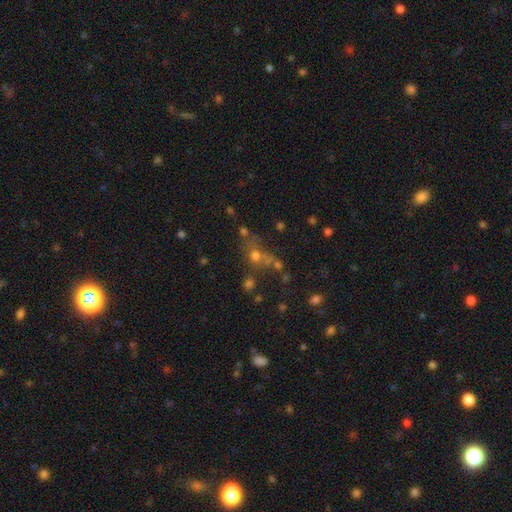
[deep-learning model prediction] This appears to be a smooth galaxy with no disk features (51%) that is round (74%). Merging: none (49%).